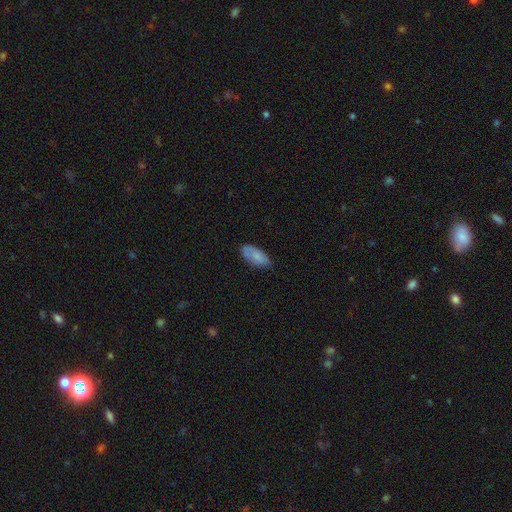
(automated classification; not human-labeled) smooth-or-featured: smooth: 78% | featured or disk: 16% | star or artifact: 6%
  how-rounded: in between: 91% | cigar-shaped: 7% | round: 2%
  merging: none: 70% | minor disturbance: 24% | major disturbance: 5% | merger: 2%